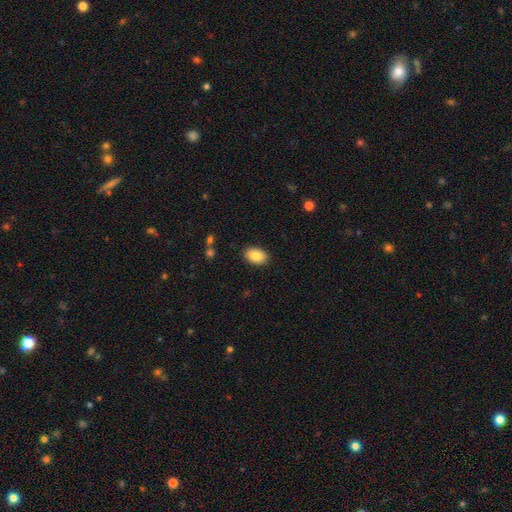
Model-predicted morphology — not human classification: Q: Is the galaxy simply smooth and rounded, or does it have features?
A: smooth — 87%.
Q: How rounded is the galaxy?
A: in between — 90%.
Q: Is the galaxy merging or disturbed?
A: none — 89%.